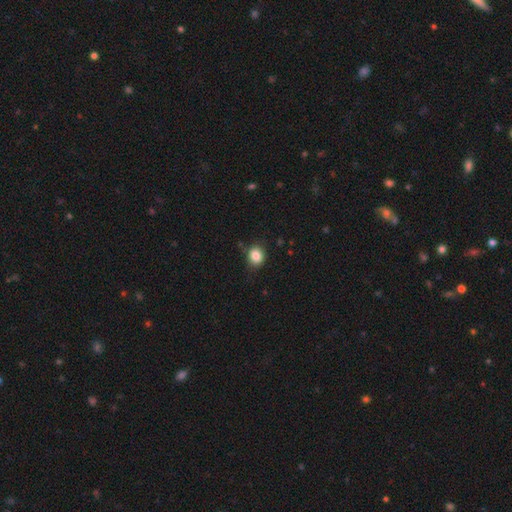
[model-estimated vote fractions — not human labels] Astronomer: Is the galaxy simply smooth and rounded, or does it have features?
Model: smooth — 85%.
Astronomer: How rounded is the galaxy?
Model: round — 67%.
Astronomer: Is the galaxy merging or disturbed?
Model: none — 80%.